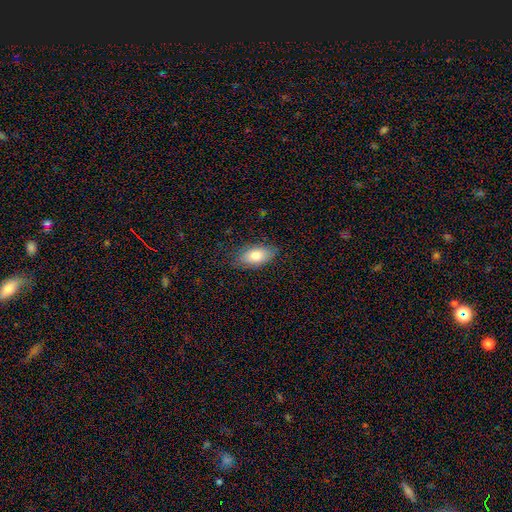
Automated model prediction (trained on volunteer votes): smooth 78%, featured or disk 14%, star or artifact 7%. Down the decision tree: how rounded — in between (91%); merging — none (80%).